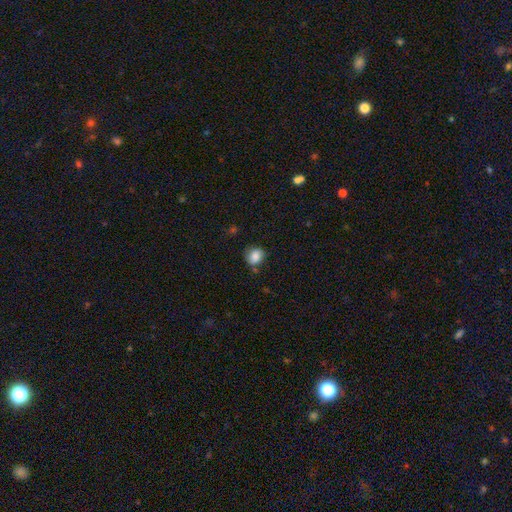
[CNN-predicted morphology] Smooth or featured: smooth — 83% (star or artifact — 9%)
How rounded: round — 67% (in between — 32%)
Merging: none — 66% (minor disturbance — 24%)